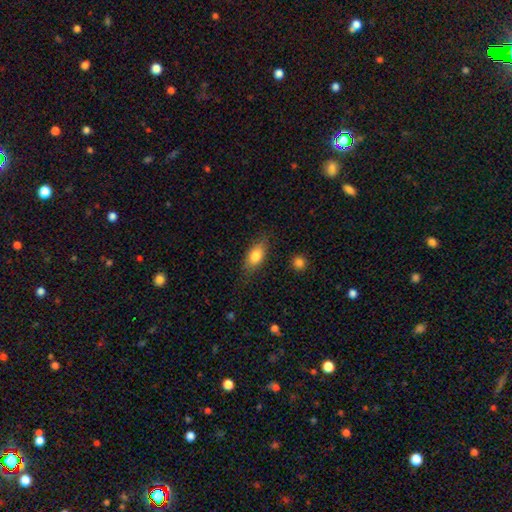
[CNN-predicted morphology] Smooth or featured? Predicted: smooth (p=0.80). How rounded? Predicted: in between (p=0.85). Merging? Predicted: none (p=0.77).